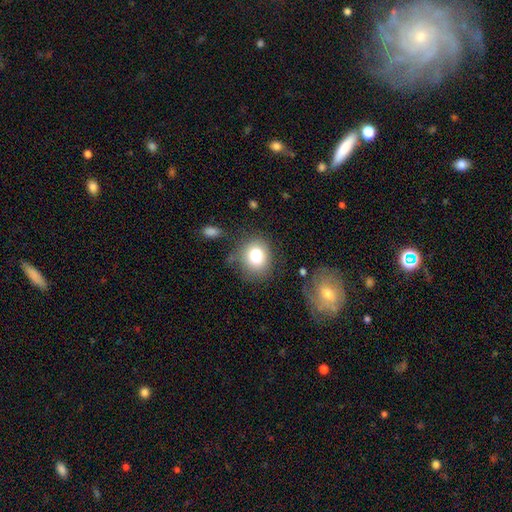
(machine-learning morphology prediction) type=smooth (80%); roundness=round (73%); merging=none (72%).